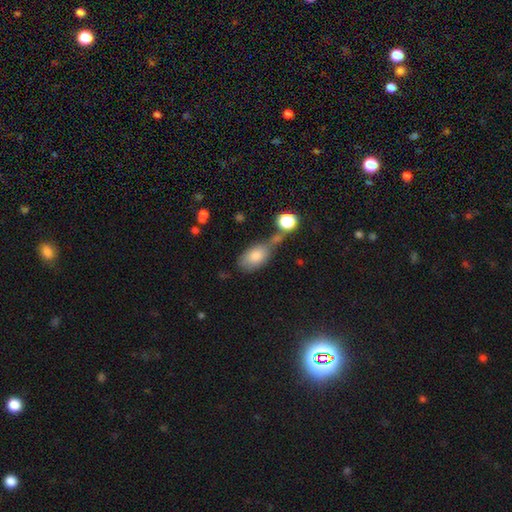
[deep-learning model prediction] smooth-or-featured: smooth: 78% | featured or disk: 12% | star or artifact: 9%
  how-rounded: in between: 88% | round: 9% | cigar-shaped: 3%
  merging: none: 43% | merger: 27% | minor disturbance: 21% | major disturbance: 10%